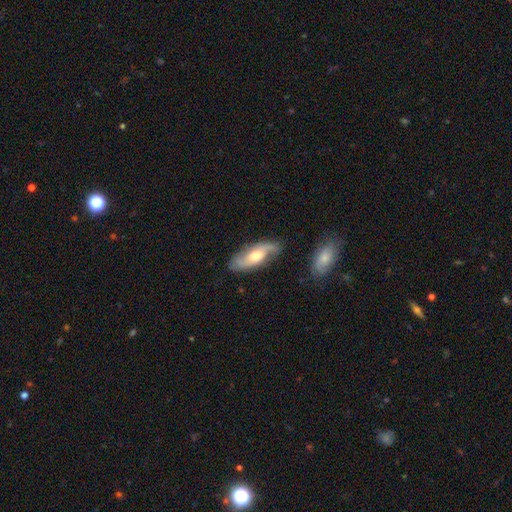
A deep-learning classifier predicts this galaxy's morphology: Smooth or featured: featured or disk — 62% (smooth — 31%)
Edge-on disk: no — 84% (yes — 16%)
Bar: no — 59% (weak — 32%)
Spiral arms: yes — 87% (no — 13%)
Bulge size: moderate — 68% (small — 19%)
Merging: none — 70% (minor disturbance — 20%)